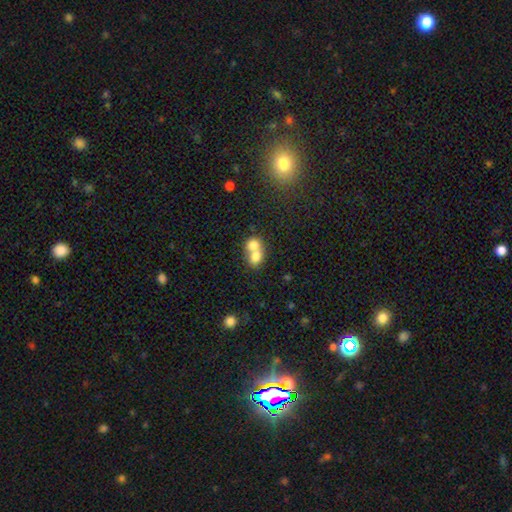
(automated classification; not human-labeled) Smooth or featured? Predicted: smooth (p=0.74). How rounded? Predicted: round (p=0.56). Merging? Predicted: merger (p=0.73).